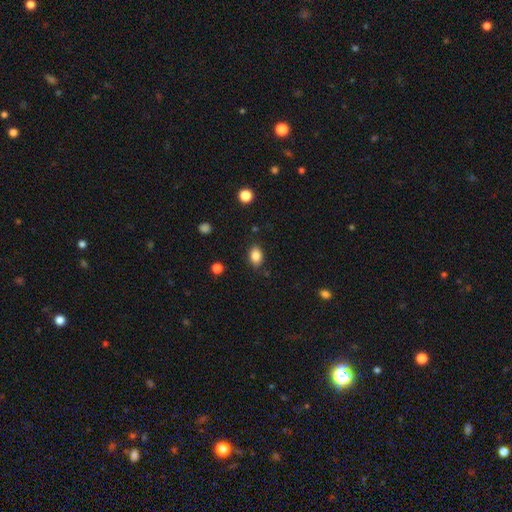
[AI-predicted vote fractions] Smooth or featured? smooth (85%)
How rounded? in between (79%)
Merging? none (84%)